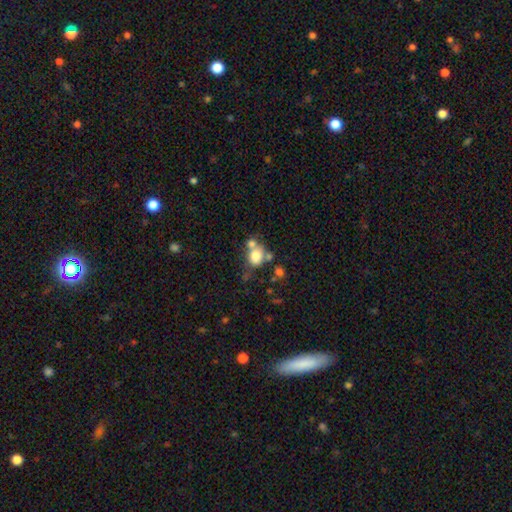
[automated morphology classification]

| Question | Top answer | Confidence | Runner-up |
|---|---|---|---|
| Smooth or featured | smooth | 75% | featured or disk (14%) |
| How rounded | round | 53% | in between (46%) |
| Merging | none | 40% | tied: merger (40%) |